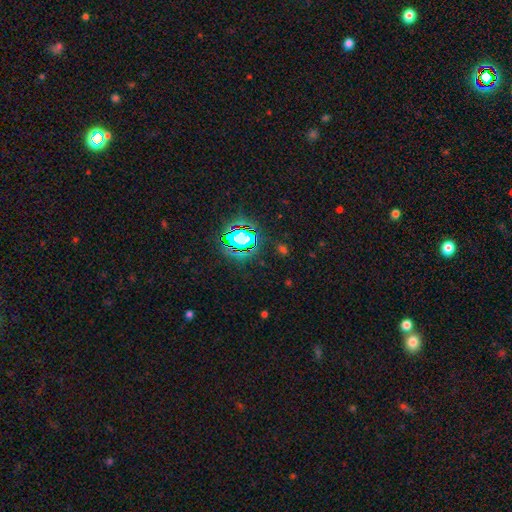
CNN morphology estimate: Q: Smooth or featured?
A: star or artifact (74%); runner-up: smooth (17%)